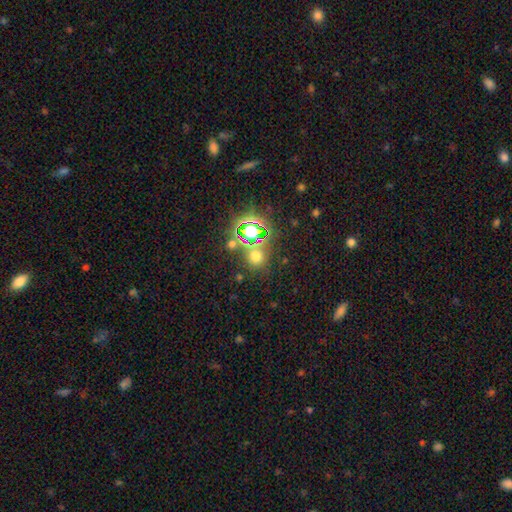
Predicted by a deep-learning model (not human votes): Morphology: type=smooth (53%); roundness=round (86%); merging=none (75%).